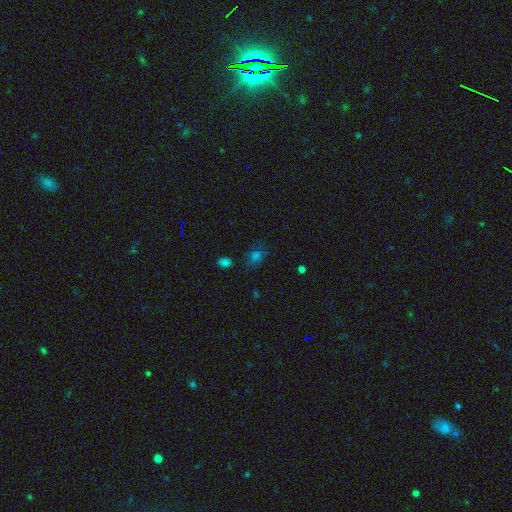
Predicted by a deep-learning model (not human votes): A smooth galaxy with no disk features (54%) that is in between round and cigar-shaped (60%). Merging: none (70%).